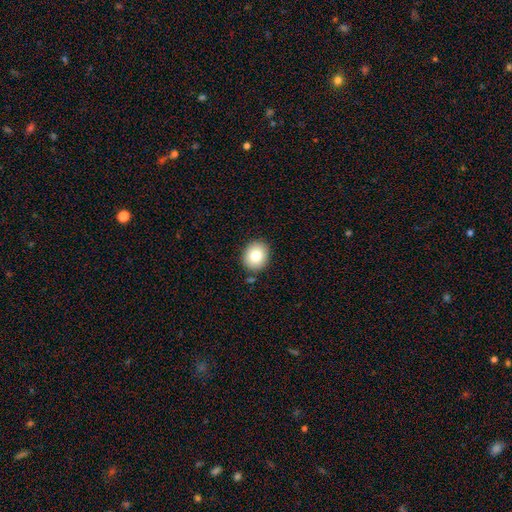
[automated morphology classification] A smooth galaxy with no disk features (80%) that is round (73%). Merging: none (87%).